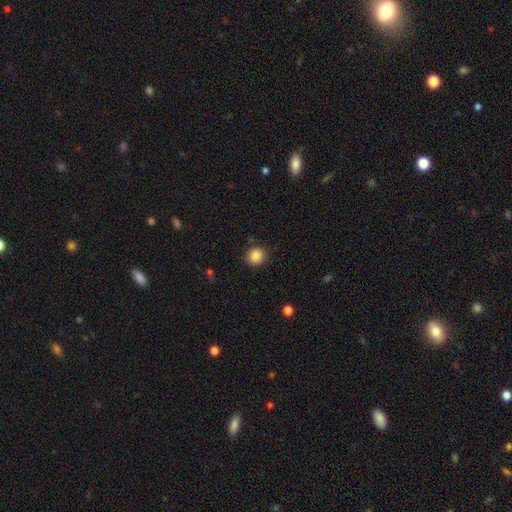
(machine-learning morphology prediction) smooth-or-featured: smooth: 87% | star or artifact: 10% | featured or disk: 3%
  how-rounded: round: 91% | in between: 8% | cigar-shaped: 1%
  merging: none: 88% | minor disturbance: 8% | major disturbance: 2% | merger: 1%